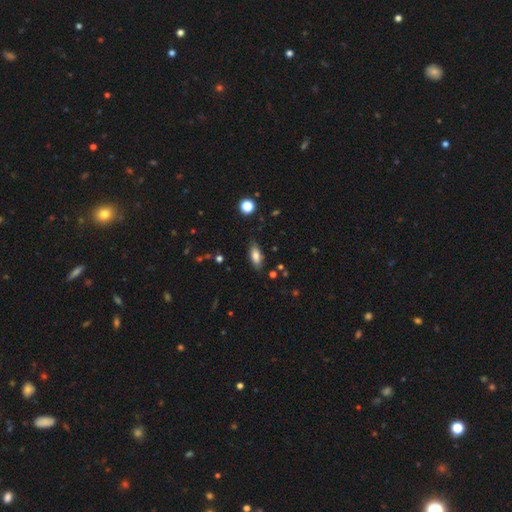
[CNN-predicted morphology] The model was most divided on "merging": none: 79%, minor disturbance: 16%, major disturbance: 3%, merger: 2%. More confident: how rounded — in between (81%); smooth or featured — smooth (78%).